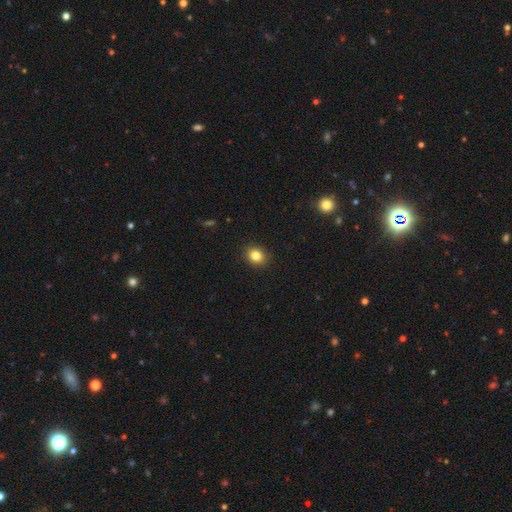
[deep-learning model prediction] A smooth galaxy with no disk features (83%) that is round (64%). Merging: none (91%).